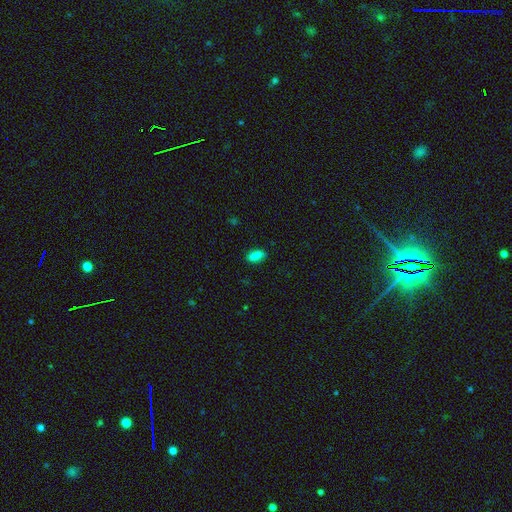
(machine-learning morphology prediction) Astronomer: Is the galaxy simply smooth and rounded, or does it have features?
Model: smooth — 86%.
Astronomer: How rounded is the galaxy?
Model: in between — 87%.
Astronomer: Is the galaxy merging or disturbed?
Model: none — 83%.